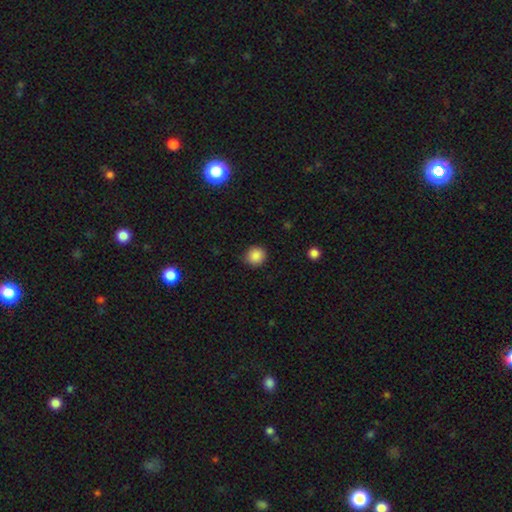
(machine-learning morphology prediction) Smooth or featured? smooth (88%)
How rounded? round (88%)
Merging? none (86%)